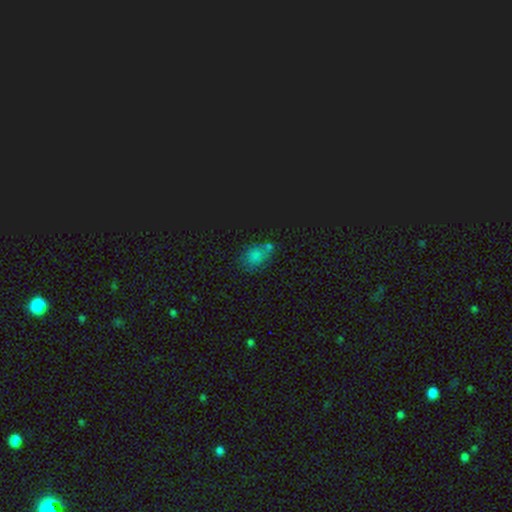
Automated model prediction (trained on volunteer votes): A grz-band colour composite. It shows a smooth galaxy with no disk features (62%) that is in between round and cigar-shaped (67%). Merging: none (55%).